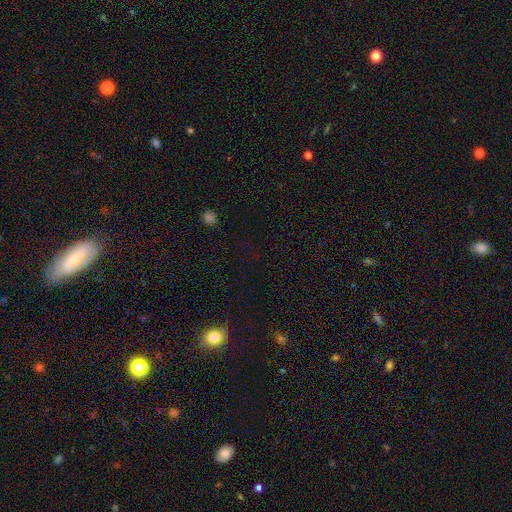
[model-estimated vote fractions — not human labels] Morphology: type=star or artifact (66%).